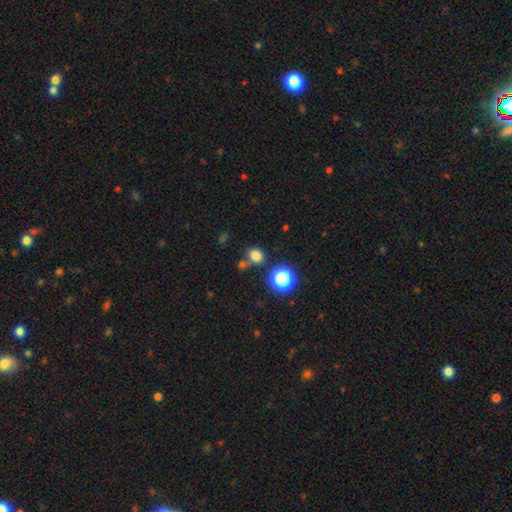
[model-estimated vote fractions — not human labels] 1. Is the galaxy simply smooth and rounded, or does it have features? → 78% smooth, 17% star or artifact, 5% featured or disk.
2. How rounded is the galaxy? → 67% round, 32% in between, 1% cigar-shaped.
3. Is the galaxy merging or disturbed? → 69% none, 15% merger, 11% minor disturbance, 5% major disturbance.